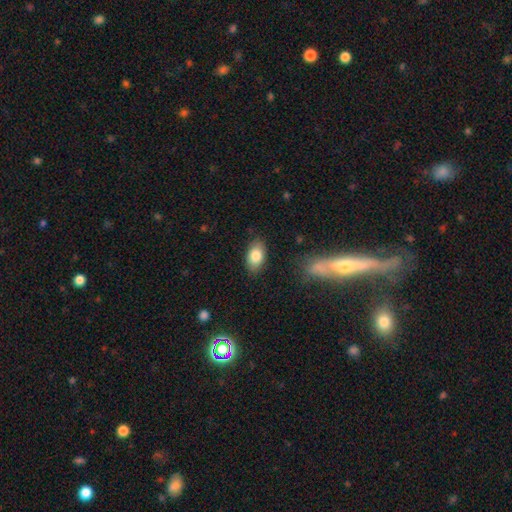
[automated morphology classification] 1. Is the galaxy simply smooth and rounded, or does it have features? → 82% smooth, 10% featured or disk, 7% star or artifact.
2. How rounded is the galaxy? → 91% in between, 7% round, 2% cigar-shaped.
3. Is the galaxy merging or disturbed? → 83% none, 12% minor disturbance, 3% major disturbance, 2% merger.